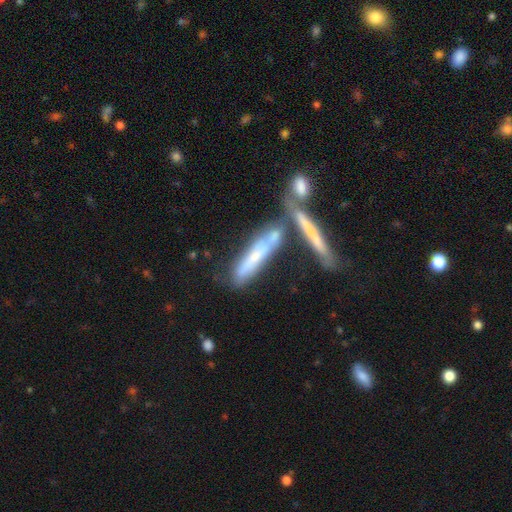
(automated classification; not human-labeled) smooth_or_featured: featured or disk (p=0.46) [alt: smooth p=0.45]
merging: merger (p=0.40) [alt: none p=0.37]